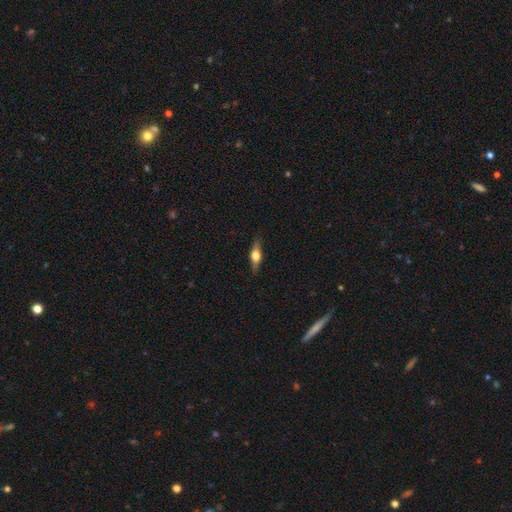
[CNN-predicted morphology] The model was most divided on "smooth or featured": featured or disk: 61%, smooth: 33%, star or artifact: 6%. More confident: edge-on disk — yes (95%); edge-on bulge — rounded (94%); merging — none (87%).